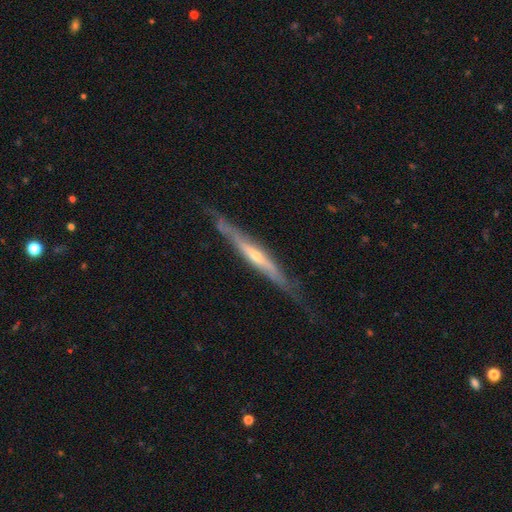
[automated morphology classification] smooth-or-featured: featured or disk: 75% | smooth: 20% | star or artifact: 5%
  disk-edge-on: yes: 91% | no: 9%
    edge-on-bulge: rounded: 60% | none: 32% | boxy: 7%
  merging: none: 73% | minor disturbance: 20% | major disturbance: 6% | merger: 2%